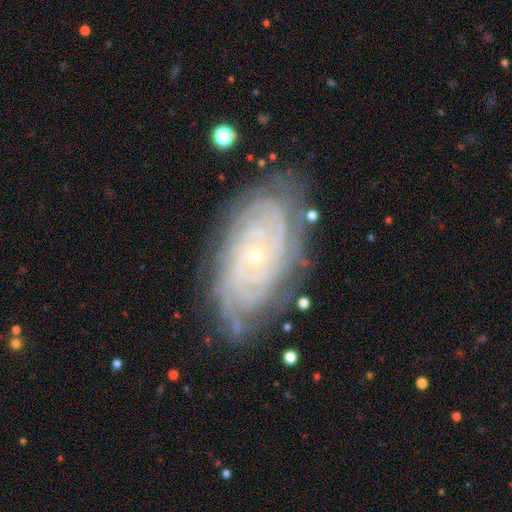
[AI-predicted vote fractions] A featured or disk galaxy (88%) with no bar (78%), tight (83%) spiral arms (98%) and a small central bulge (84%). Merging: none (77%).